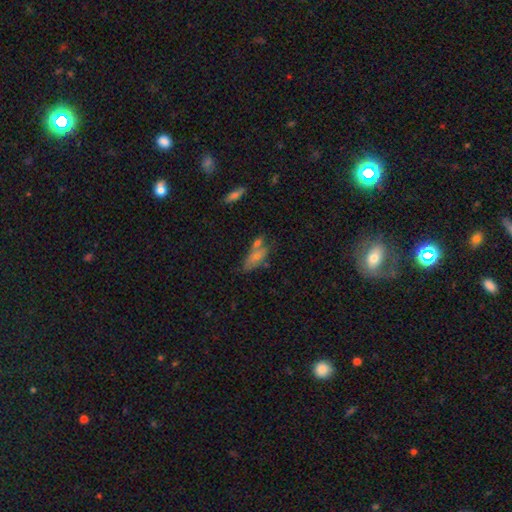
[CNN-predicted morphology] A smooth galaxy with no disk features (52%) that is in between round and cigar-shaped (67%).

Vote fractions:
- Smooth or featured? smooth: 52% / featured or disk: 27% / star or artifact: 22%
- How rounded? in between: 67% / cigar-shaped: 26% / round: 7%
- Merging? none: 54% / merger: 20% / minor disturbance: 19% / major disturbance: 8%